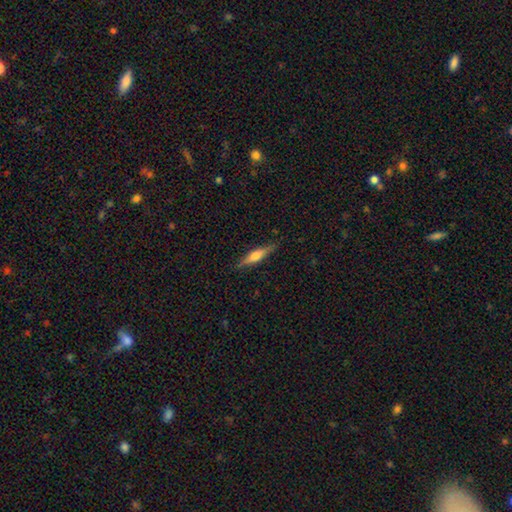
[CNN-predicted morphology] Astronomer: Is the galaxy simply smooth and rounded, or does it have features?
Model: featured or disk — 51% (runner-up: smooth, 42%).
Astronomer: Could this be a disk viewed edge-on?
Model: yes — 95%.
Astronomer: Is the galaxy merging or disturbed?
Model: none — 86%.